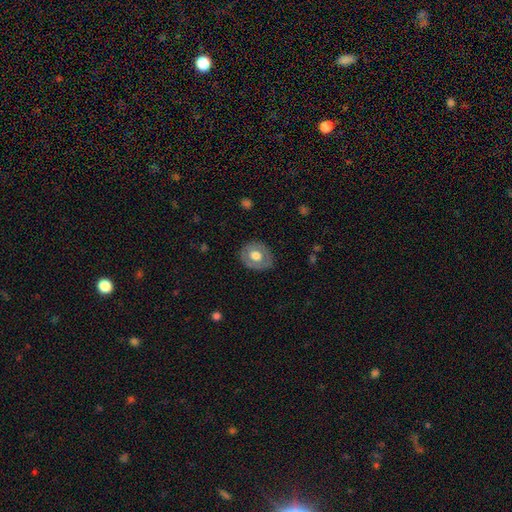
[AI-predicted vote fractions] A smooth galaxy with no disk features (57%) that is round (58%). Merging: none (83%).